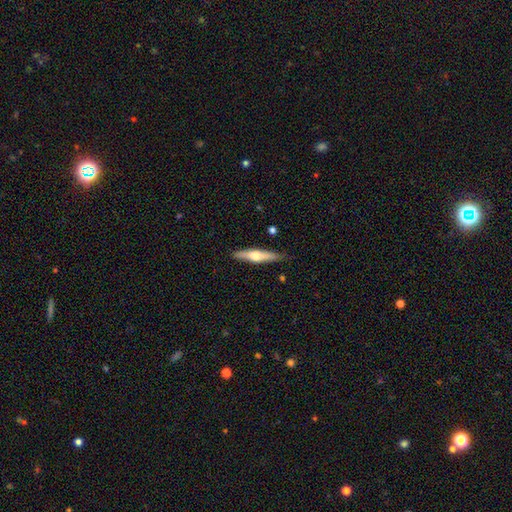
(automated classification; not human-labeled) A featured or disk galaxy (54%) viewed edge-on (94%) with a rounded central bulge (92%). Merging: none (84%).